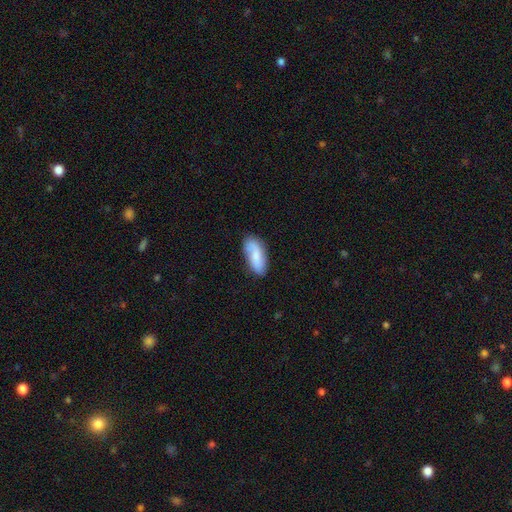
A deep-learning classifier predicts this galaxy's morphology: Smooth or featured? smooth (69%)
How rounded? in between (82%)
Merging? none (76%)